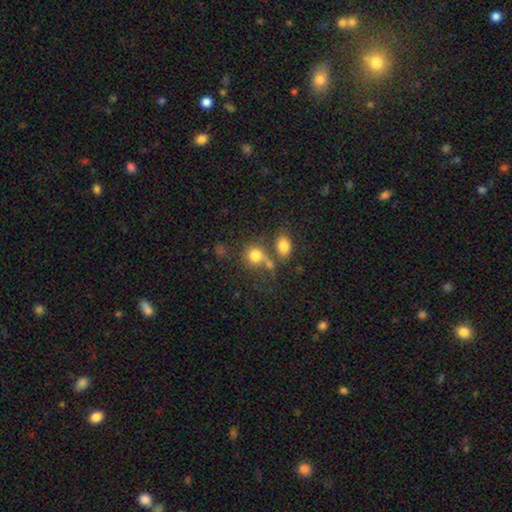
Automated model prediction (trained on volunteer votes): The model was most divided on "merging": none: 45%, merger: 34%, minor disturbance: 12%, major disturbance: 9%. More confident: smooth or featured — smooth (77%); how rounded — round (74%).